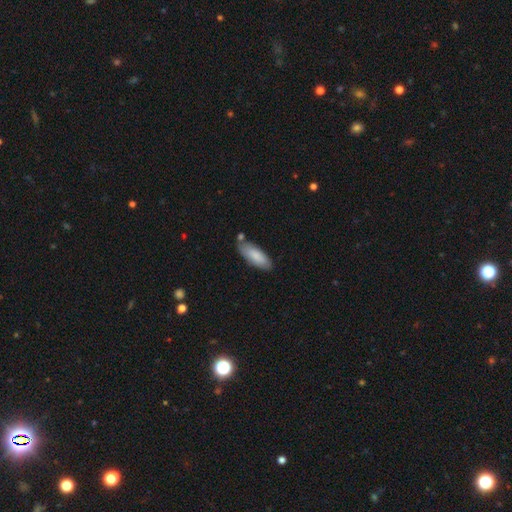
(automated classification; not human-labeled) A smooth galaxy with no disk features (85%) that is in between round and cigar-shaped (67%). Merging: none (72%).